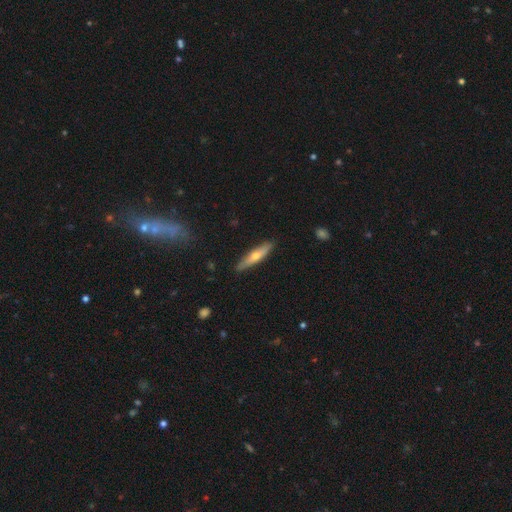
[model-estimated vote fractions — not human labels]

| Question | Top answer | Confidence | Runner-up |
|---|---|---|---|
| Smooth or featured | smooth | 48% | featured or disk (47%) |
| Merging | none | 88% | minor disturbance (9%) |